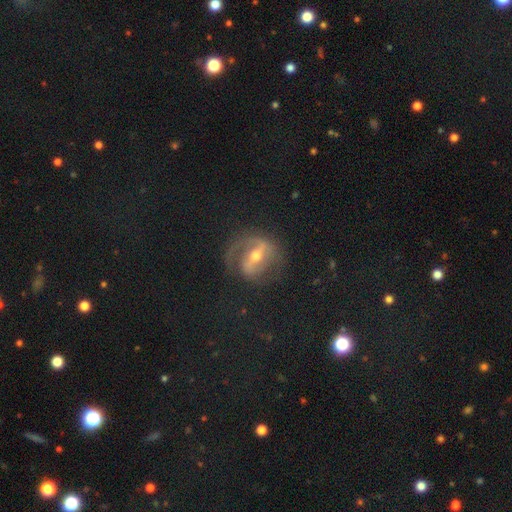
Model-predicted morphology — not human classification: This appears to be a featured or disk galaxy (78%) with a strong bar (58%), 2 (73%) medium (46%) spiral arms (84%) and a moderate central bulge (58%). Merging: none (66%).